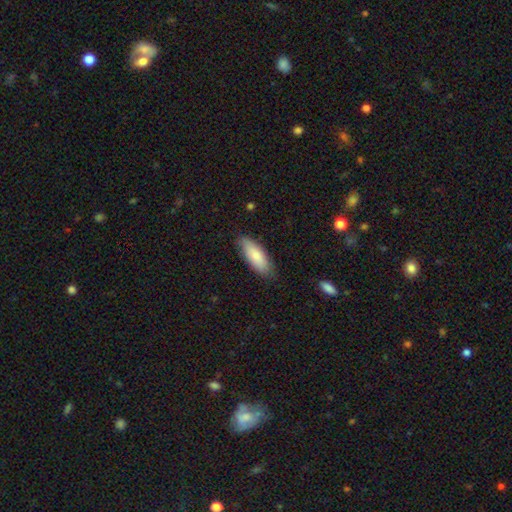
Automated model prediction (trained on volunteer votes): smooth 83%, featured or disk 12%, star or artifact 5%. Down the decision tree: how rounded — in between (67%); merging — none (81%).